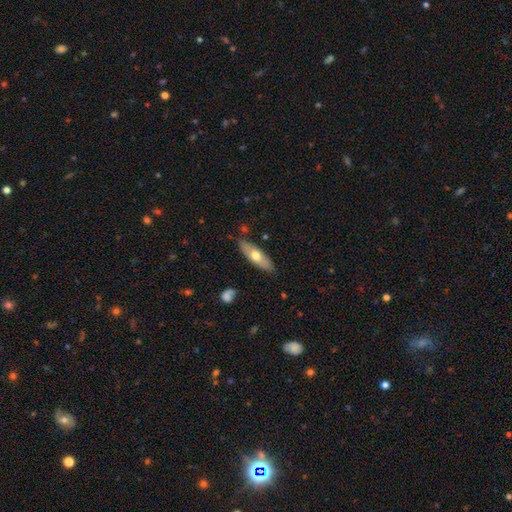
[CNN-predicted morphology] smooth 57%, featured or disk 38%, star or artifact 6%. Down the decision tree: how rounded — in between (53%); merging — none (80%).